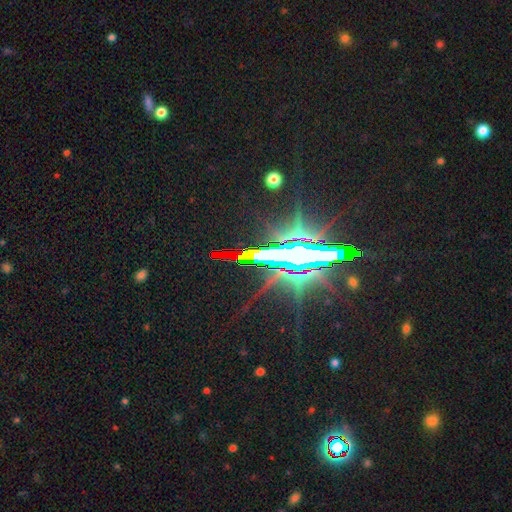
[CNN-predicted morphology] The model was most divided on "smooth or featured": star or artifact: 75%, featured or disk: 16%, smooth: 9%.